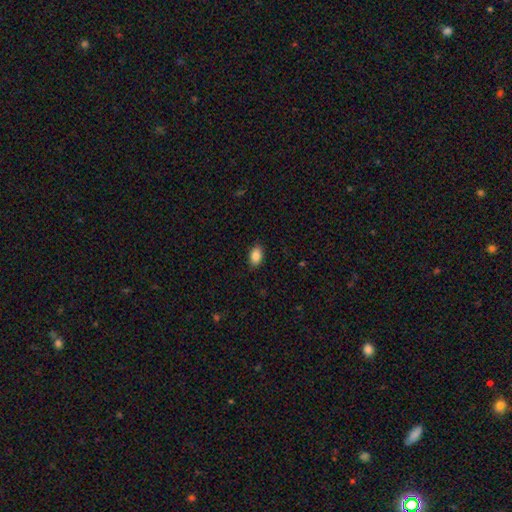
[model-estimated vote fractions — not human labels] This is clearly a smooth galaxy (88%). How rounded: clearly in between (89%). Merging: clearly none (88%).